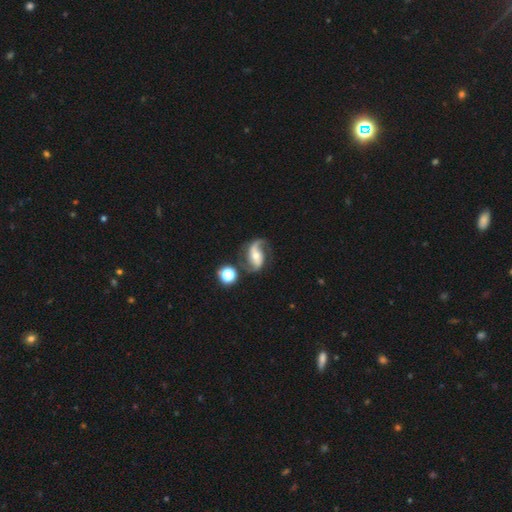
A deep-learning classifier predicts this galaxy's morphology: A featured or disk galaxy (85%) with no bar (39%), 2 (87%) loose (58%) spiral arms (96%) and a moderate central bulge (53%).

Vote fractions:
- Smooth or featured? featured or disk: 85% / smooth: 8% / star or artifact: 7%
- Edge-on disk? no: 97% / yes: 3%
- Bar? no: 39% / weak: 32% / strong: 28%
- Spiral arms? yes: 96% / no: 4%
- Spiral winding? loose: 58% / medium: 33% / tight: 9%
- Spiral arm count? 2: 87% / 1: 7% / can't tell: 3% / 3: 1% / 4: 1% / more than 4: 1%
- Bulge size? moderate: 53% / small: 39% / large: 4% / none: 2% / dominant: 1%
- Merging? none: 67% / minor disturbance: 17% / major disturbance: 10% / merger: 6%